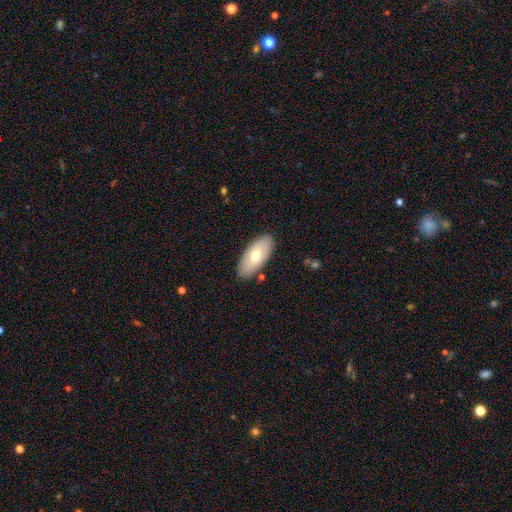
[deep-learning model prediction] Smooth or featured?
  - smooth: 66% *
  - featured or disk: 28%
  - star or artifact: 6%
How rounded?
  - in between: 90% *
  - cigar-shaped: 8%
  - round: 2%
Merging?
  - none: 87% *
  - minor disturbance: 9%
  - major disturbance: 2%
  - merger: 2%